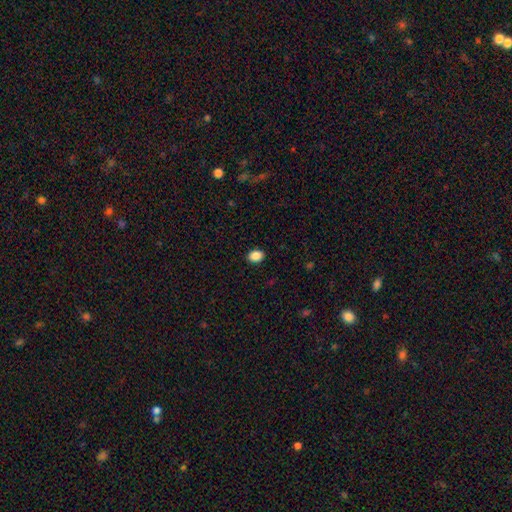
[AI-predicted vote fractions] Morphology: type=smooth (88%); roundness=in between (65%); merging=none (90%).